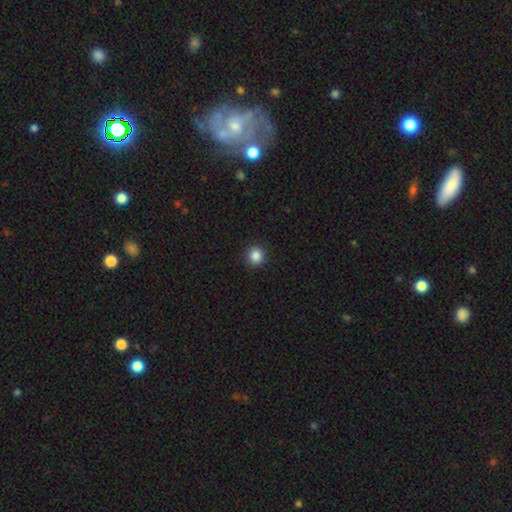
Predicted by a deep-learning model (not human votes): This appears to be a smooth galaxy with no disk features (87%) that is round (90%). Merging: none (92%).